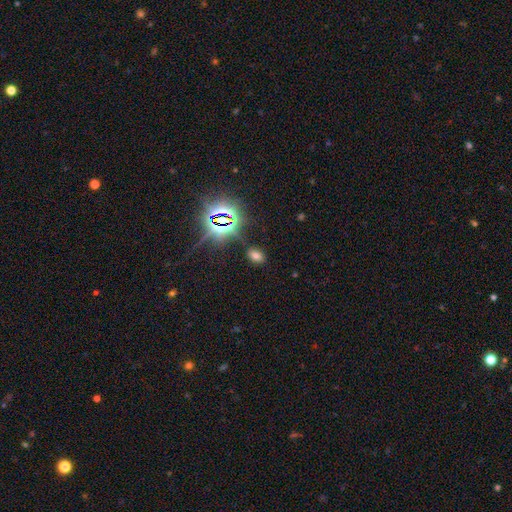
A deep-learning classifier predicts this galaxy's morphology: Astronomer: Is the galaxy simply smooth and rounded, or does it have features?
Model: smooth — 58% (runner-up: star or artifact, 35%).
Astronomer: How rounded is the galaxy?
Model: in between — 86%.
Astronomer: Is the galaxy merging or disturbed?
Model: none — 84%.